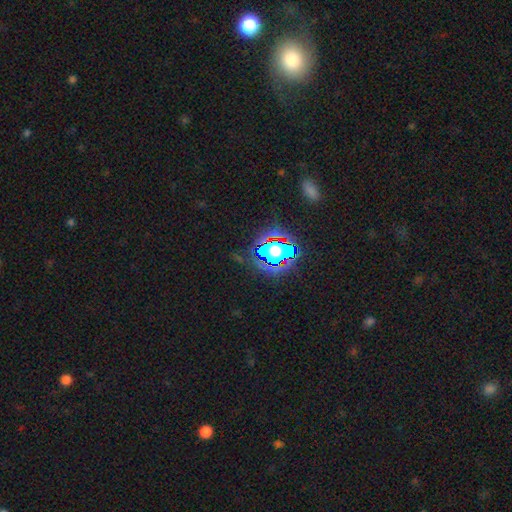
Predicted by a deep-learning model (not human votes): A star or artifact, not a galaxy (79%).

Vote fractions:
- Smooth or featured? star or artifact: 79% / smooth: 13% / featured or disk: 8%